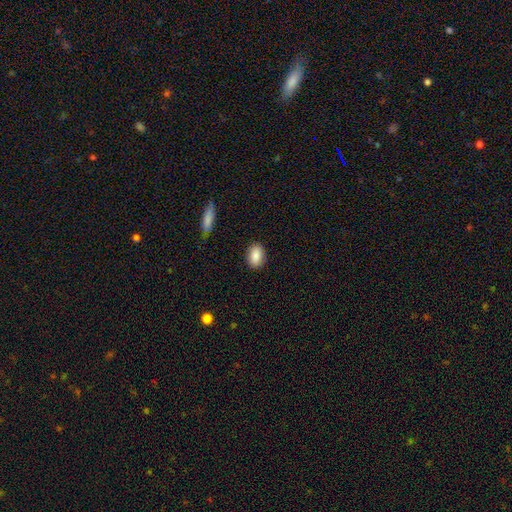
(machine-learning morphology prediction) Overall: smooth (86%). How rounded: in between (83%). Merging: none (88%).